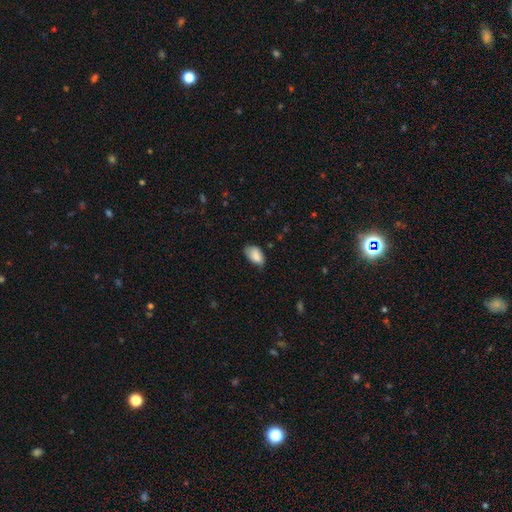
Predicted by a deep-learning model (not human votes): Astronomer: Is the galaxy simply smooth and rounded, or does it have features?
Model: smooth — 84%.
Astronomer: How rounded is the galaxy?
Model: in between — 93%.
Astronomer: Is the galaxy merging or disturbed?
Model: none — 53% (runner-up: minor disturbance, 38%).